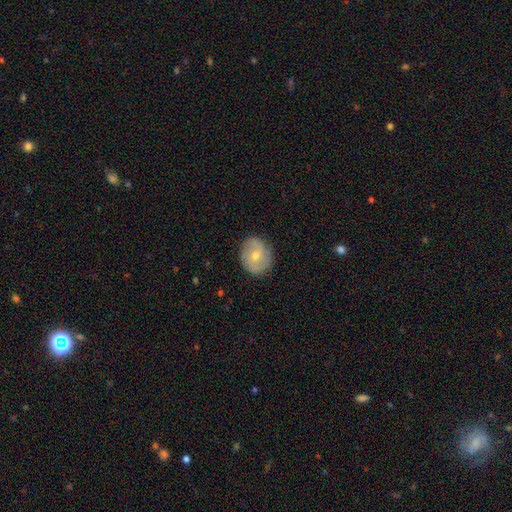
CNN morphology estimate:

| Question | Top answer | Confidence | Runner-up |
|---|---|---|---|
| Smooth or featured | smooth | 56% | featured or disk (36%) |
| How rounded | round | 67% | in between (32%) |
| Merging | none | 83% | minor disturbance (13%) |